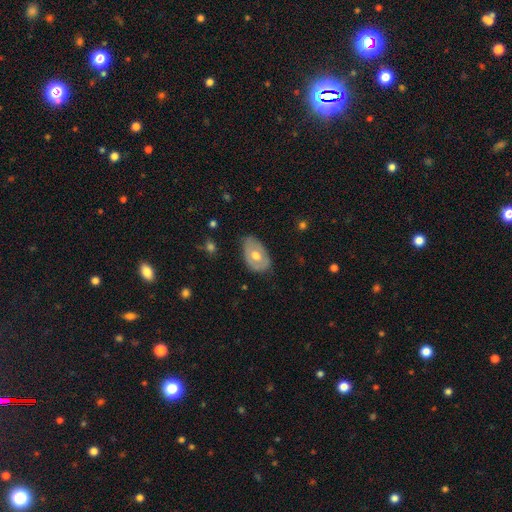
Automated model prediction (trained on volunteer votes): A smooth galaxy with no disk features (54%) that is in between round and cigar-shaped (88%). Merging: none (66%).